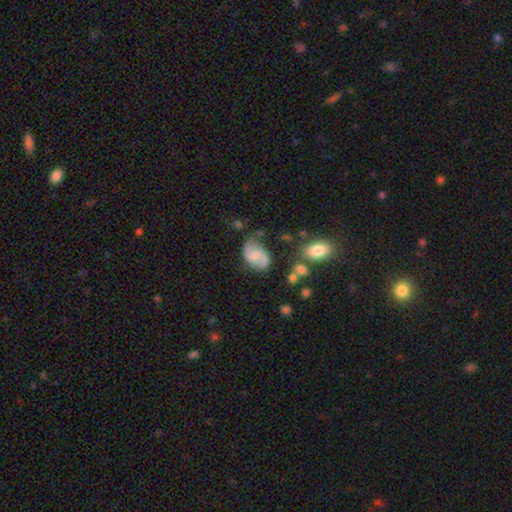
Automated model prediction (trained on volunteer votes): smooth_or_featured: featured or disk (p=0.70) [alt: smooth p=0.22]
disk_edge_on: no (p=0.98) [alt: yes p=0.02]
bar: no (p=0.48) [alt: weak p=0.43]
has_spiral_arms: yes (p=0.92) [alt: no p=0.08]
spiral_winding: medium (p=0.45) [alt: loose p=0.41]
spiral_arm_count: 2 (p=0.89) [alt: can't tell p=0.05]
bulge_size: small (p=0.45) [alt: moderate p=0.30]
merging: none (p=0.60) [alt: minor disturbance p=0.24]